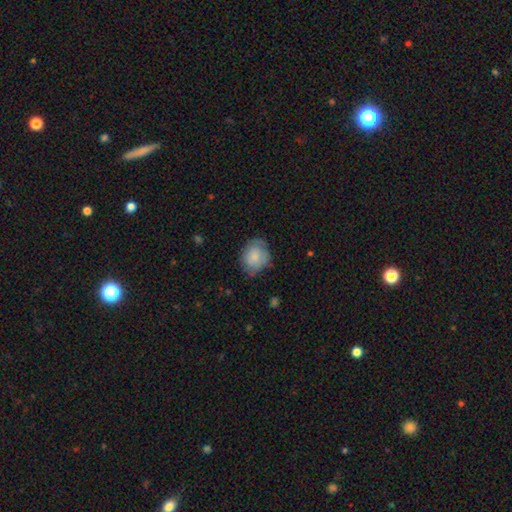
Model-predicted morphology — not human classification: Smooth or featured?
  - smooth: 78% *
  - featured or disk: 15%
  - star or artifact: 7%
How rounded?
  - round: 59% *
  - in between: 40%
  - cigar-shaped: 1%
Merging?
  - none: 64% *
  - minor disturbance: 27%
  - major disturbance: 7%
  - merger: 1%